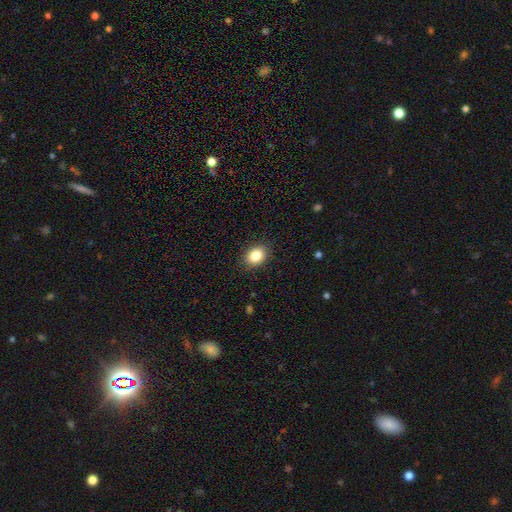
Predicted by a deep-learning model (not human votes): The model was most divided on "how rounded": in between: 58%, round: 41%, cigar-shaped: 1%. More confident: merging — none (88%); smooth or featured — smooth (85%).